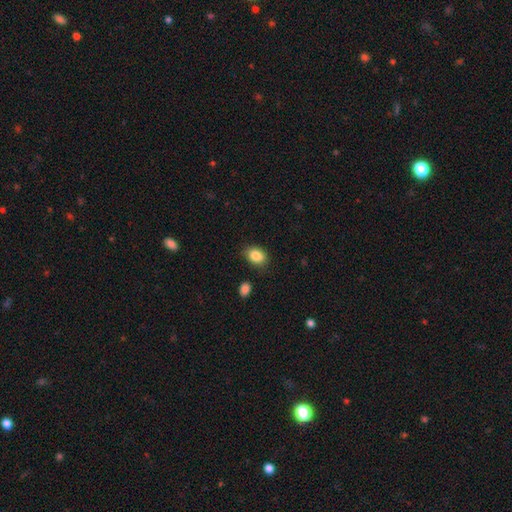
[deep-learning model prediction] Smooth or featured? Predicted: smooth (p=0.86). How rounded? Predicted: in between (p=0.76). Merging? Predicted: none (p=0.82).